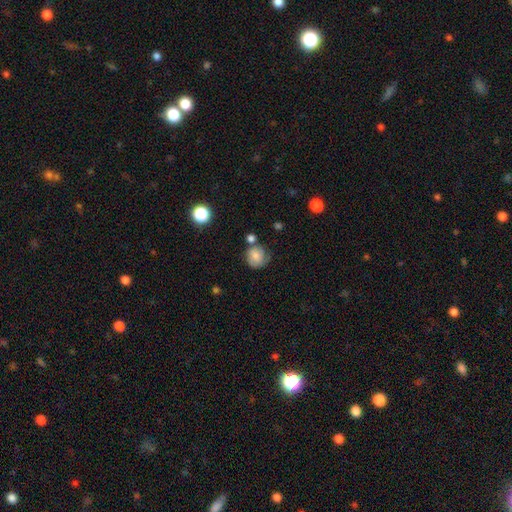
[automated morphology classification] Smooth or featured? smooth (64%)
How rounded? round (82%)
Merging? none (57%)